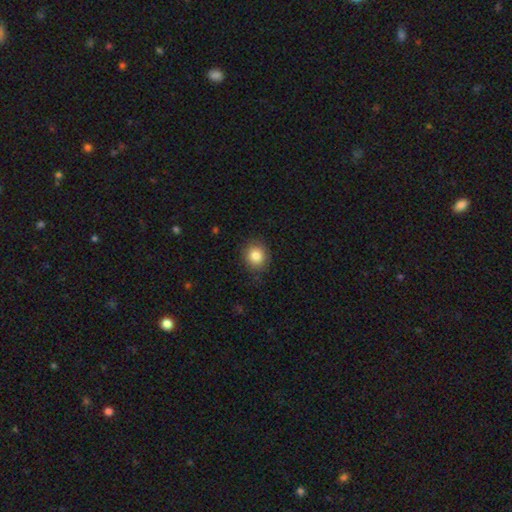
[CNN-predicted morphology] This is clearly a smooth galaxy (83%). How rounded: clearly round (84%). Merging: clearly none (85%).